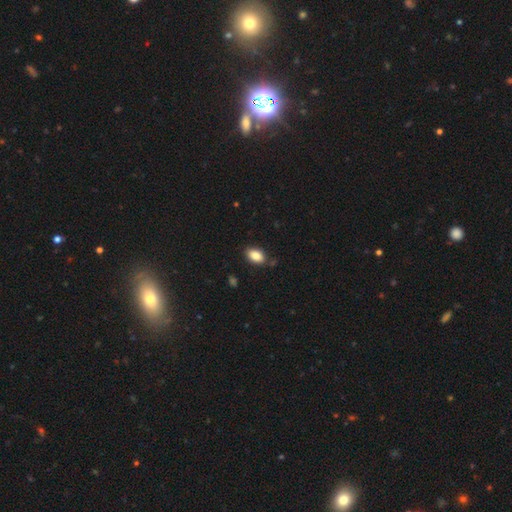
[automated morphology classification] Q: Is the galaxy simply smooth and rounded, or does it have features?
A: smooth — 87%.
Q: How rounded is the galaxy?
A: in between — 90%.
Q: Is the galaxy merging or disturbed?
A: none — 82%.